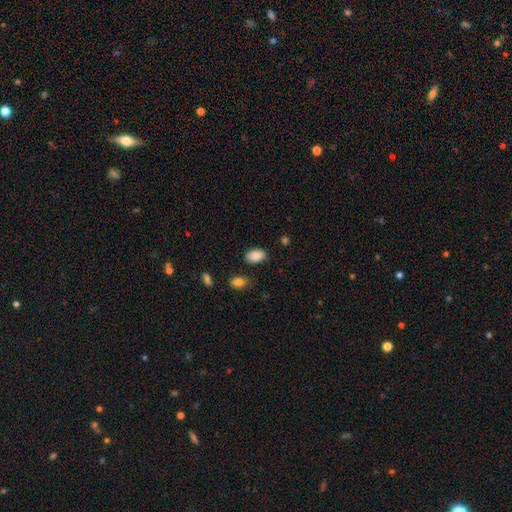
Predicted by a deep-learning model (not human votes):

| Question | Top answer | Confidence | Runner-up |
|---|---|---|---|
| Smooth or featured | smooth | 87% | star or artifact (8%) |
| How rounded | in between | 90% | round (9%) |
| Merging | none | 78% | minor disturbance (17%) |